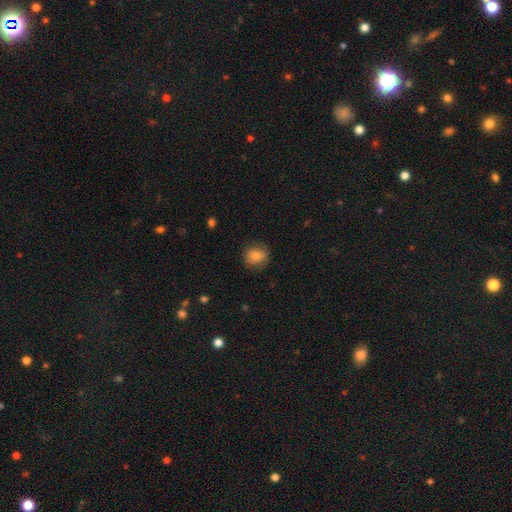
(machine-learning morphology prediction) Smooth or featured: smooth — 78% (featured or disk — 13%)
How rounded: round — 76% (in between — 23%)
Merging: none — 80% (minor disturbance — 14%)